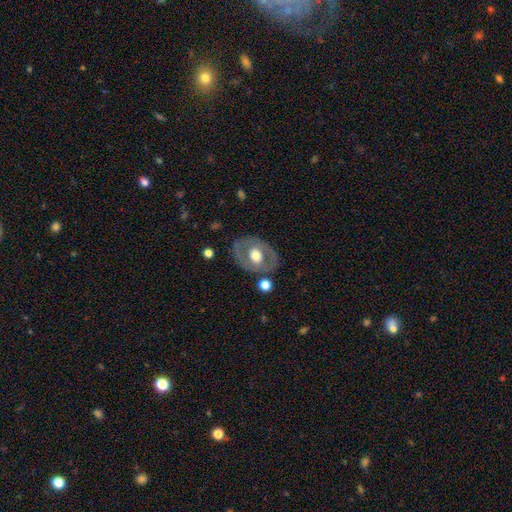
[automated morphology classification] Q: Smooth or featured?
A: featured or disk (57%); runner-up: smooth (38%)
Q: Edge-on disk?
A: no (92%); runner-up: yes (8%)
Q: Bar?
A: no (75%); runner-up: weak (18%)
Q: Spiral arms?
A: no (80%); runner-up: yes (20%)
Q: Bulge size?
A: moderate (62%); runner-up: large (30%)
Q: Merging?
A: none (77%); runner-up: minor disturbance (14%)